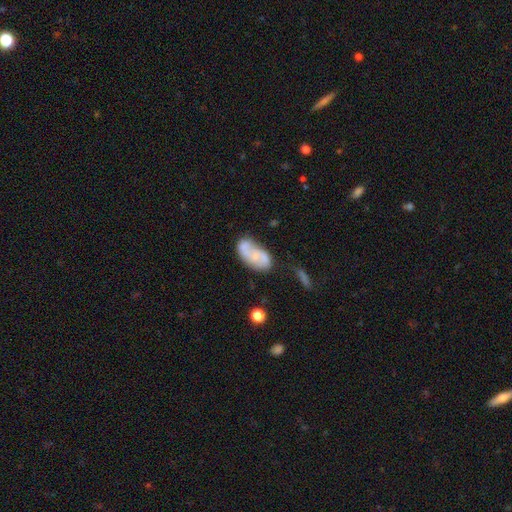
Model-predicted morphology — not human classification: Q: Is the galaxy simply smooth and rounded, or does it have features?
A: featured or disk — 56%.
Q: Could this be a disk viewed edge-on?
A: no — 96%.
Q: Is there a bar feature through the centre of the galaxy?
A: no — 69%.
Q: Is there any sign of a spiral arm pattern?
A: yes — 72%.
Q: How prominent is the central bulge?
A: small — 48%.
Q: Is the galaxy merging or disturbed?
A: none — 45%.